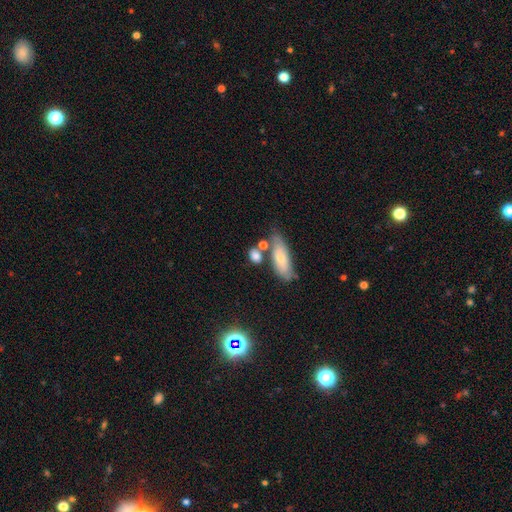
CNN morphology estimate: A smooth galaxy with no disk features (78%) that is in between round and cigar-shaped (54%). Merging: none (56%).